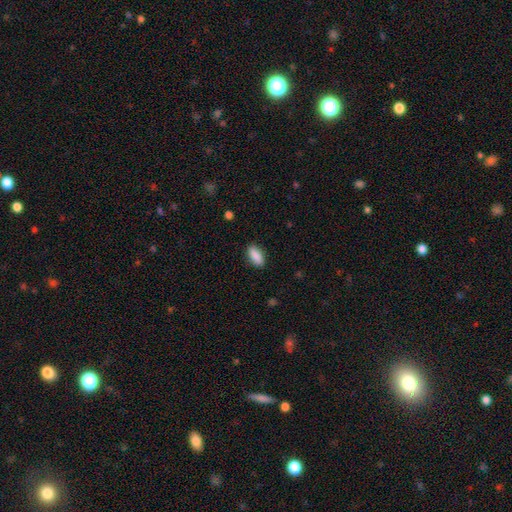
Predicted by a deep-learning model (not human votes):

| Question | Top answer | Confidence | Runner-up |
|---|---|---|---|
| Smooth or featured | smooth | 88% | star or artifact (6%) |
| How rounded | in between | 85% | cigar-shaped (13%) |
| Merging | none | 88% | minor disturbance (9%) |